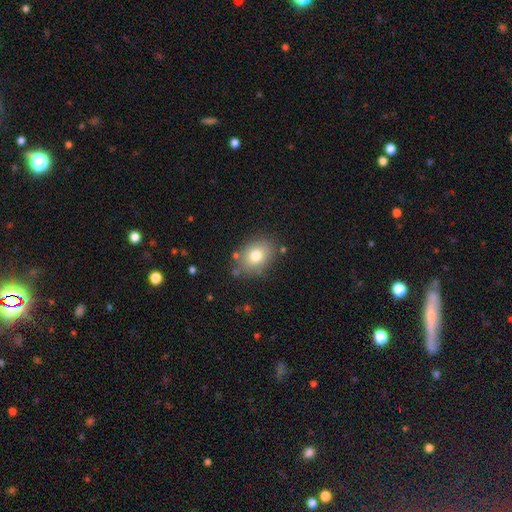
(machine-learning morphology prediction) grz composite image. It shows a smooth galaxy with no disk features (76%) that is in between round and cigar-shaped (64%). Merging: none (80%).